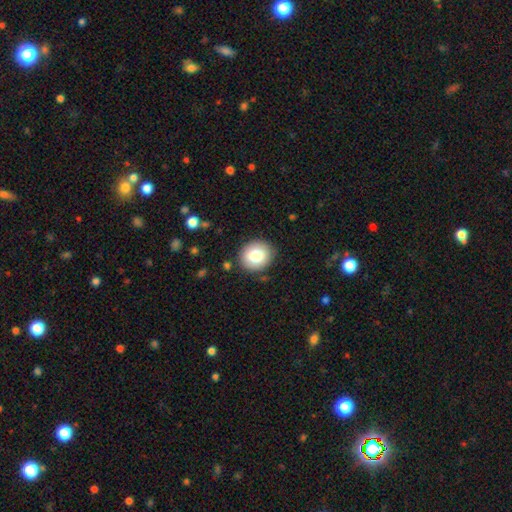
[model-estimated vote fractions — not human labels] smooth_or_featured: smooth (p=0.80) [alt: featured or disk p=0.12]
how_rounded: round (p=0.77) [alt: in between p=0.22]
merging: none (p=0.88) [alt: minor disturbance p=0.09]